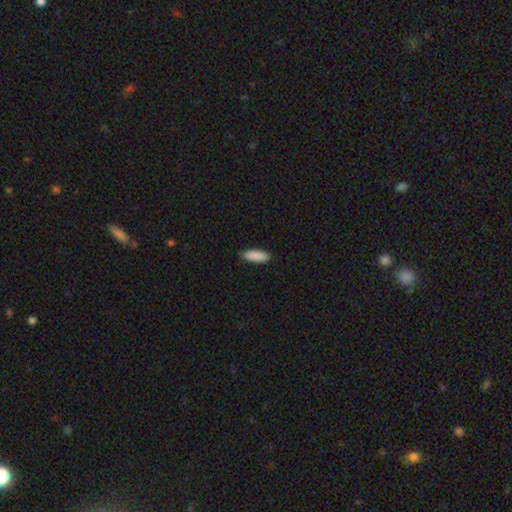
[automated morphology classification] type=smooth (90%); roundness=in between (71%); merging=none (87%).